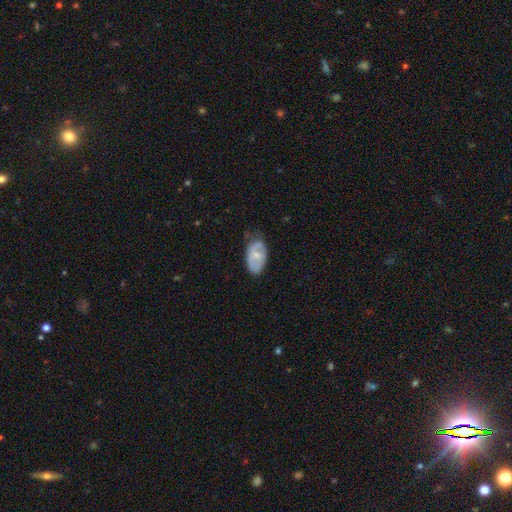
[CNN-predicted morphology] This is possibly a smooth galaxy (54%). How rounded: clearly in between (93%). Merging: possibly none (47%).